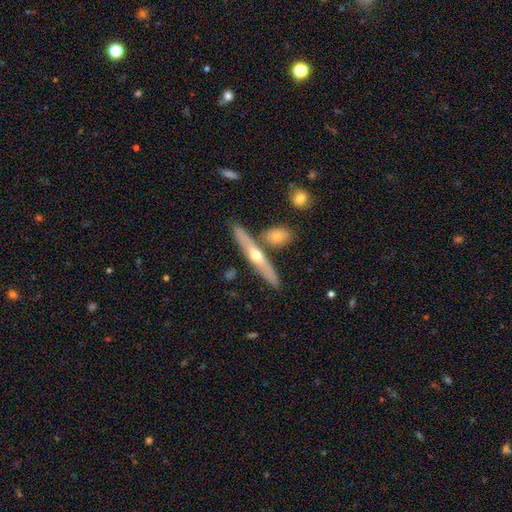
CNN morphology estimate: Smooth or featured? Predicted: featured or disk (p=0.60). Edge-on disk? Predicted: yes (p=0.90). Edge-on bulge? Predicted: rounded (p=0.84). Merging? Predicted: none (p=0.79).